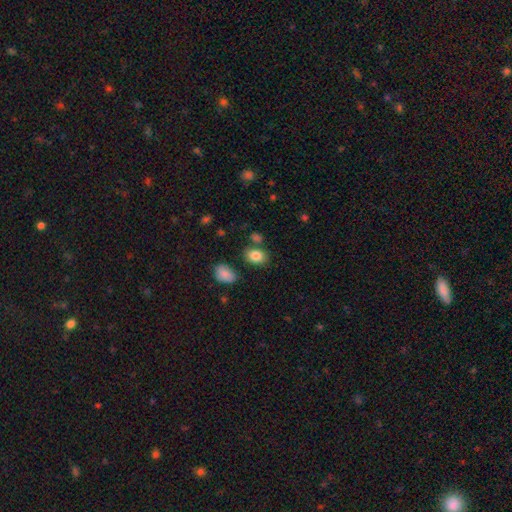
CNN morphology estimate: The model was most divided on "how rounded": in between: 73%, round: 25%, cigar-shaped: 1%. More confident: smooth or featured — smooth (84%); merging — none (76%).